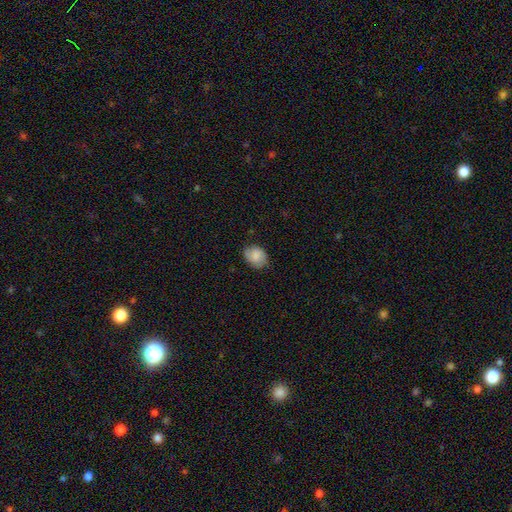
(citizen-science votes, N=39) This appears to be a smooth galaxy with no disk features (92%) that is round (53%). Merging: none (77%).